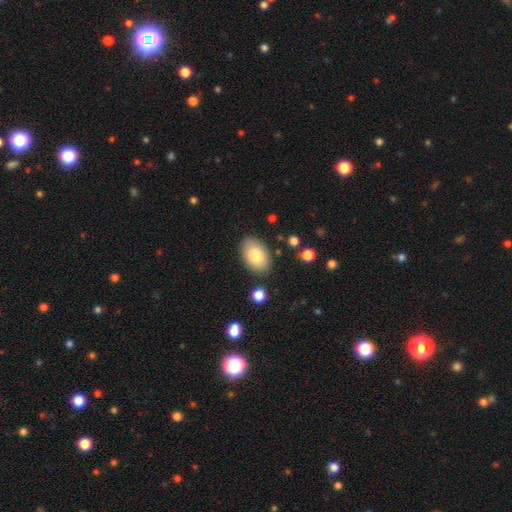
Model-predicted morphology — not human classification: Q: Smooth or featured?
A: smooth (80%); runner-up: featured or disk (13%)
Q: How rounded?
A: in between (90%); runner-up: round (9%)
Q: Merging?
A: none (85%); runner-up: minor disturbance (10%)